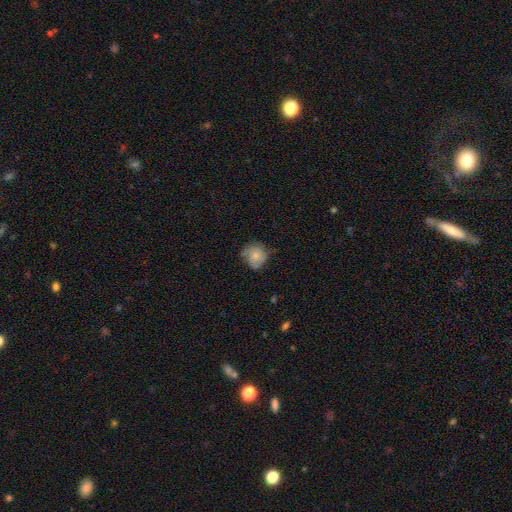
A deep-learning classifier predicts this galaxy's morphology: This is likely a smooth galaxy (63%). How rounded: likely round (74%). Merging: possibly none (52%).